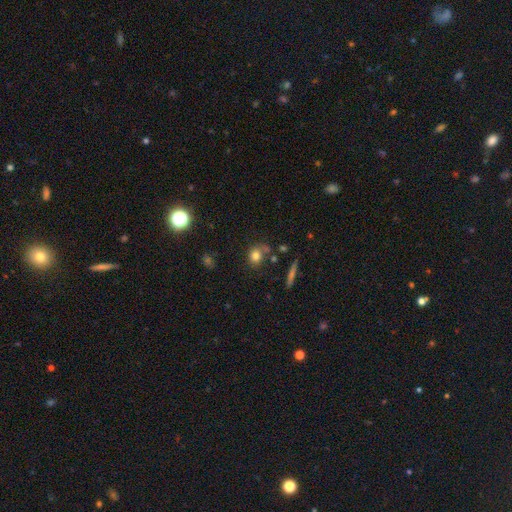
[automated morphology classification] The model was most divided on "how rounded": round: 65%, in between: 32%, cigar-shaped: 3%. More confident: smooth or featured — smooth (76%); merging — none (60%).